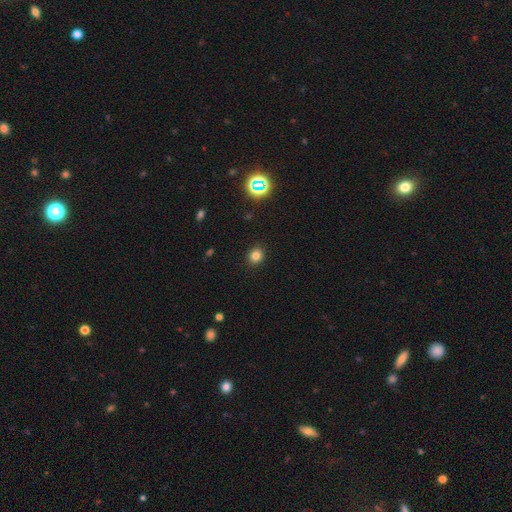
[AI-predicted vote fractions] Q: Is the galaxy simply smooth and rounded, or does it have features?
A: smooth — 80%.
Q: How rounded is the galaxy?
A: round — 79%.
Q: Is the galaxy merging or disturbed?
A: none — 91%.